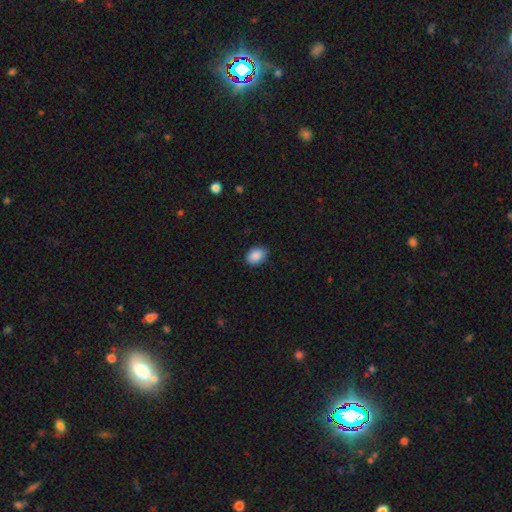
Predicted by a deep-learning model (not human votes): Smooth or featured?
  - smooth: 89% *
  - star or artifact: 8%
  - featured or disk: 3%
How rounded?
  - in between: 70% *
  - round: 29%
  - cigar-shaped: 1%
Merging?
  - none: 85% *
  - minor disturbance: 12%
  - major disturbance: 2%
  - merger: 1%